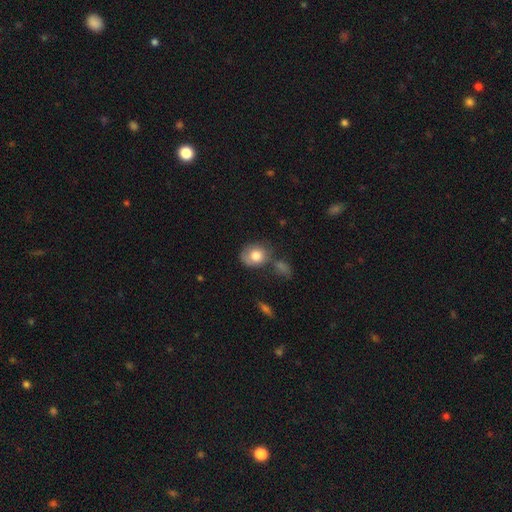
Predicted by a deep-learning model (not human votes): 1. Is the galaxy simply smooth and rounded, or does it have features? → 77% smooth, 16% featured or disk, 8% star or artifact.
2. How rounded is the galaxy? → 56% round, 43% in between, 1% cigar-shaped.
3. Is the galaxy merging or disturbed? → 50% none, 23% minor disturbance, 16% merger, 10% major disturbance.